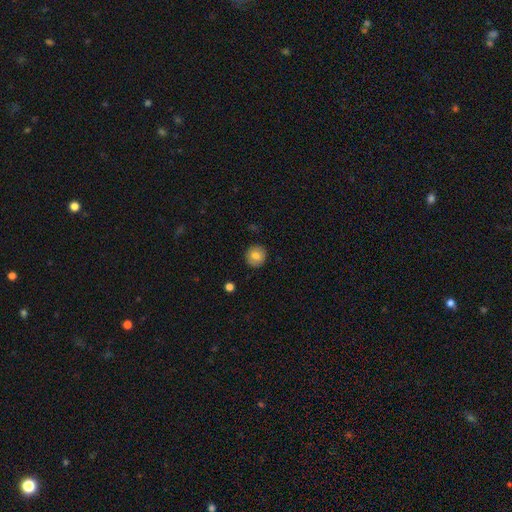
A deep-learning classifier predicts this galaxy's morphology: Q: Smooth or featured?
A: smooth (81%); runner-up: featured or disk (10%)
Q: How rounded?
A: round (92%); runner-up: in between (7%)
Q: Merging?
A: none (91%); runner-up: minor disturbance (6%)